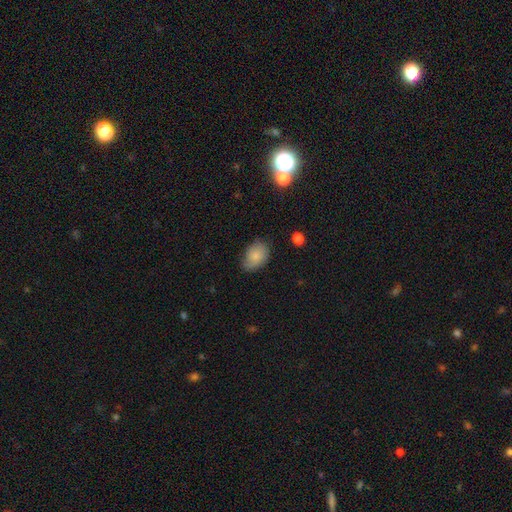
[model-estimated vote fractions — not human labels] A smooth galaxy with no disk features (82%) that is in between round and cigar-shaped (82%). Merging: none (68%).